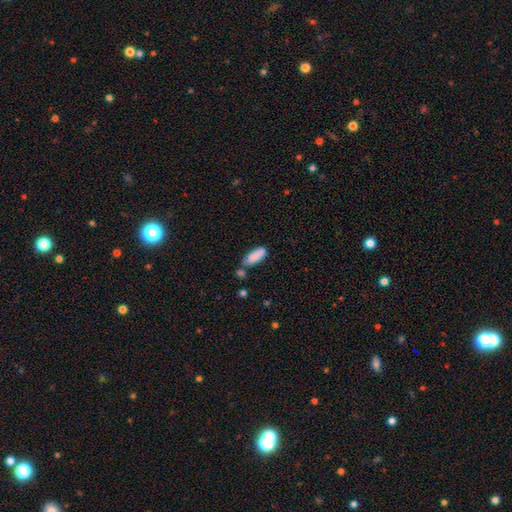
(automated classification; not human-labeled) Smooth or featured? smooth (86%)
How rounded? in between (68%)
Merging? none (54%)